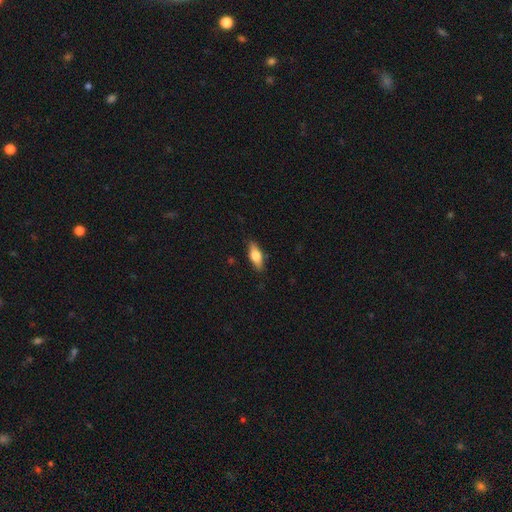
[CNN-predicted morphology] A smooth galaxy with no disk features (61%) that is in between round and cigar-shaped (69%).

Vote fractions:
- Smooth or featured? smooth: 61% / featured or disk: 33% / star or artifact: 6%
- How rounded? in between: 69% / cigar-shaped: 27% / round: 3%
- Merging? none: 85% / minor disturbance: 12% / major disturbance: 2% / merger: 1%